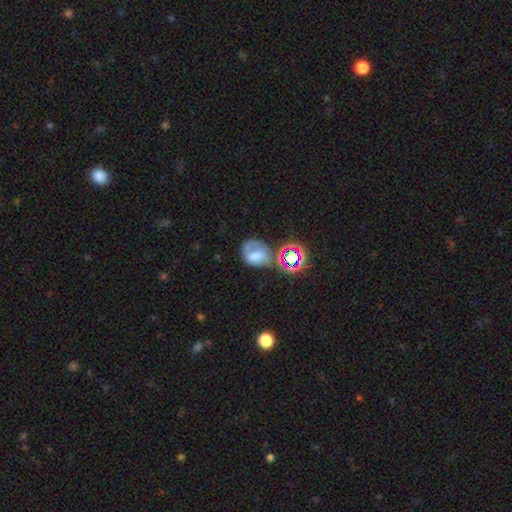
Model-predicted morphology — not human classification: Q: Smooth or featured?
A: smooth (47%); runner-up: featured or disk (30%)
Q: Merging?
A: none (36%); runner-up: minor disturbance (24%)